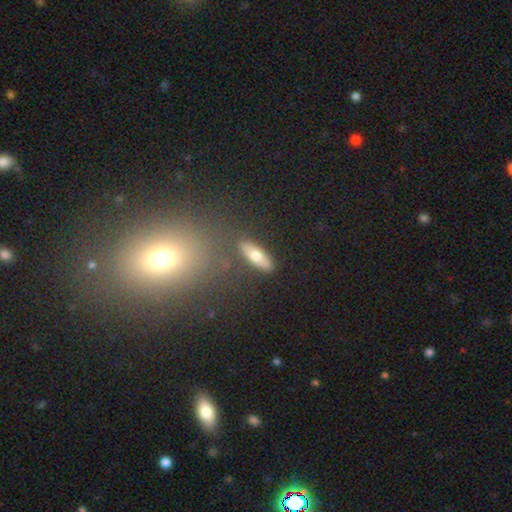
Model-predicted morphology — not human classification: Q: Smooth or featured?
A: smooth (67%); runner-up: featured or disk (25%)
Q: How rounded?
A: in between (58%); runner-up: cigar-shaped (38%)
Q: Merging?
A: none (84%); runner-up: minor disturbance (9%)